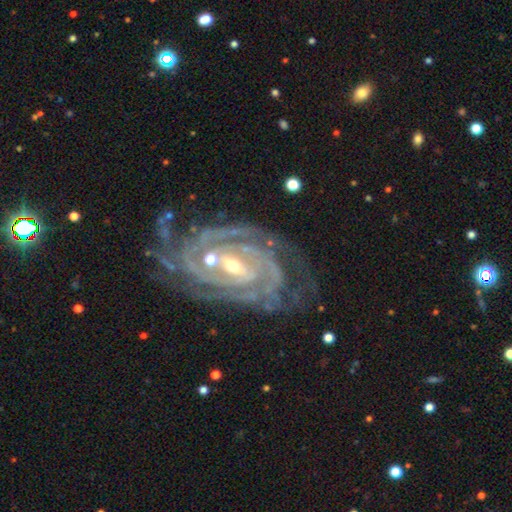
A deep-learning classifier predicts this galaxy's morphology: Q: Smooth or featured?
A: featured or disk (92%); runner-up: star or artifact (5%)
Q: Edge-on disk?
A: no (96%); runner-up: yes (4%)
Q: Bar?
A: strong (42%); runner-up: weak (36%)
Q: Spiral arms?
A: yes (99%); runner-up: no (1%)
Q: Spiral winding?
A: tight (80%); runner-up: medium (17%)
Q: Spiral arm count?
A: 4 (28%); runner-up: 3 (23%)
Q: Bulge size?
A: small (51%); runner-up: moderate (45%)
Q: Merging?
A: none (72%); runner-up: minor disturbance (18%)